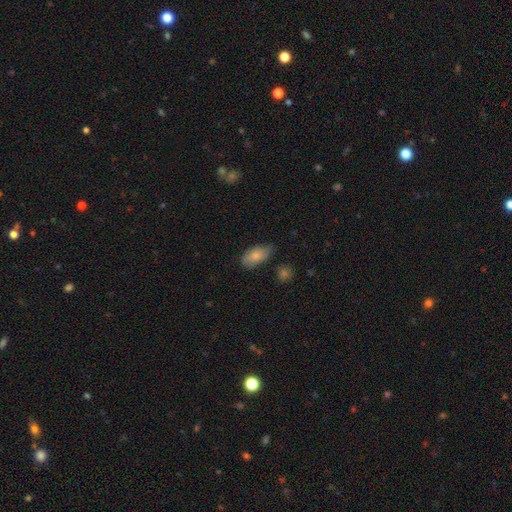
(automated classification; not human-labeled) smooth 80%, featured or disk 13%, star or artifact 7%. Down the decision tree: how rounded — in between (92%); merging — none (69%).